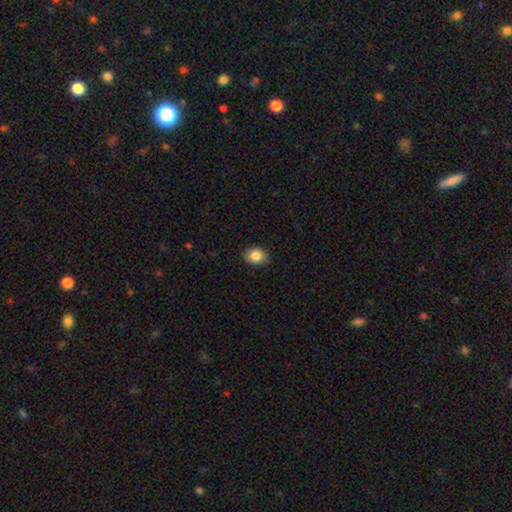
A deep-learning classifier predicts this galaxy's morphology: The model was most divided on "how rounded": in between: 64%, round: 35%, cigar-shaped: 1%. More confident: merging — none (86%); smooth or featured — smooth (86%).